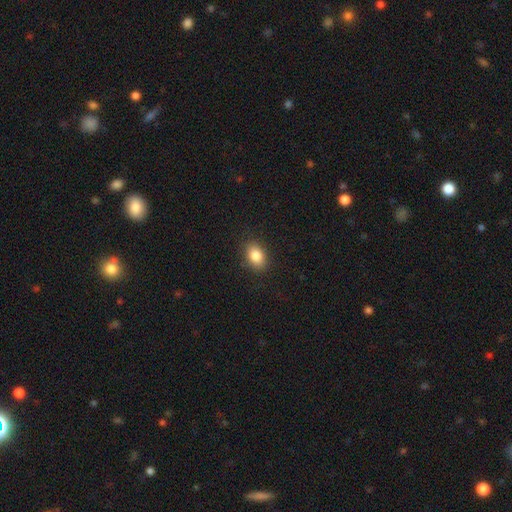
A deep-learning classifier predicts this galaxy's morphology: Smooth or featured?
  - smooth: 85% *
  - star or artifact: 9%
  - featured or disk: 7%
How rounded?
  - in between: 78% *
  - round: 20%
  - cigar-shaped: 1%
Merging?
  - none: 87% *
  - minor disturbance: 10%
  - major disturbance: 3%
  - merger: 1%